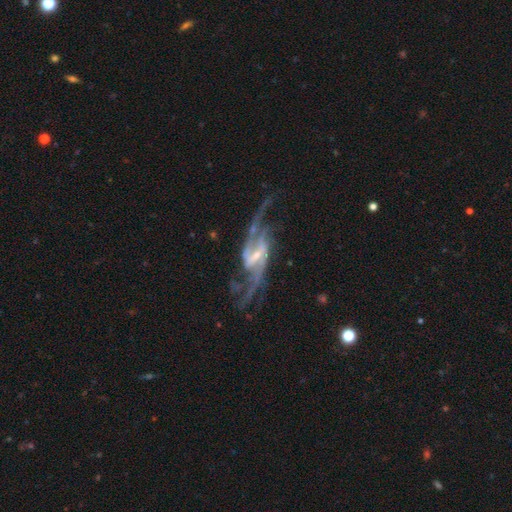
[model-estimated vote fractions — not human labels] The model was most divided on "bar": strong: 50%, weak: 38%, no: 12%. More confident: spiral arms — yes (98%); edge-on disk — no (96%); smooth or featured — featured or disk (92%); spiral arm count — 2 (82%); merging — none (67%); bulge size — small (66%); spiral winding — loose (59%).